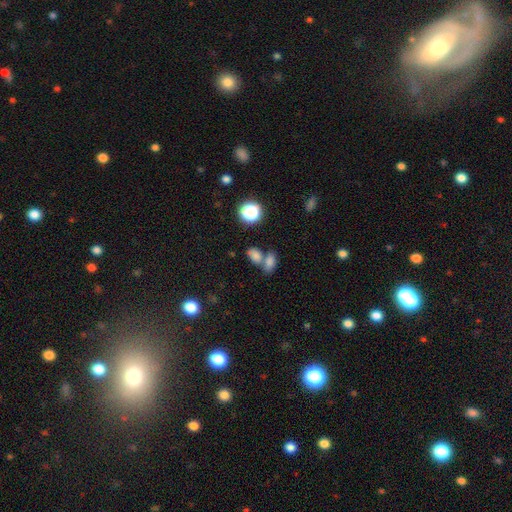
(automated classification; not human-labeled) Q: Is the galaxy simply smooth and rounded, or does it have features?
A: smooth — 77%.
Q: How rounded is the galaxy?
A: in between — 78%.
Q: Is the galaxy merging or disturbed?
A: merger — 46%.